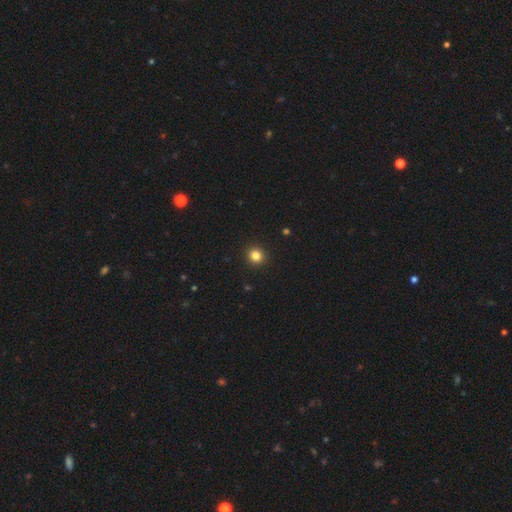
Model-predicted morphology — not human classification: Q: Smooth or featured?
A: smooth (83%); runner-up: star or artifact (12%)
Q: How rounded?
A: round (91%); runner-up: in between (9%)
Q: Merging?
A: none (93%); runner-up: minor disturbance (5%)